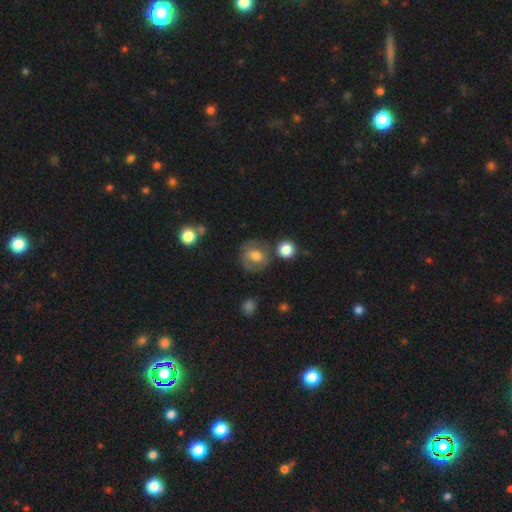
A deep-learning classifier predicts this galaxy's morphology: Smooth or featured?
  - smooth: 56% *
  - featured or disk: 35%
  - star or artifact: 9%
How rounded?
  - round: 76% *
  - in between: 22%
  - cigar-shaped: 1%
Merging?
  - none: 67% *
  - minor disturbance: 16%
  - merger: 10%
  - major disturbance: 7%